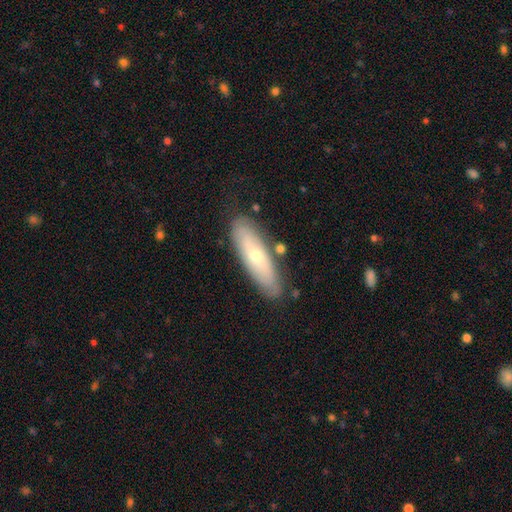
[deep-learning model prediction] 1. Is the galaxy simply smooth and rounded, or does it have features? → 51% smooth, 43% featured or disk, 6% star or artifact.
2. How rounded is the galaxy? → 53% cigar-shaped, 45% in between, 2% round.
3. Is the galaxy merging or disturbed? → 79% none, 14% minor disturbance, 4% merger, 3% major disturbance.